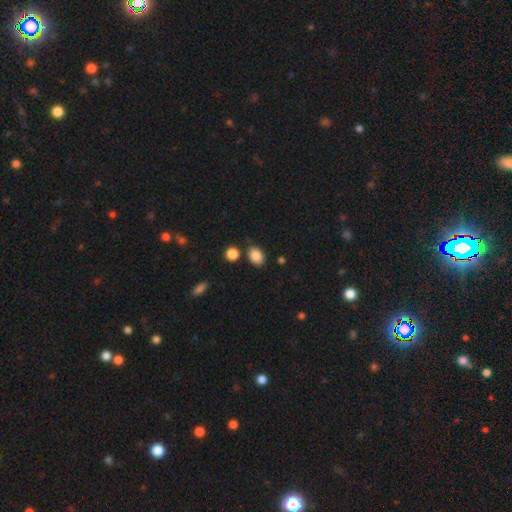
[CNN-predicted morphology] smooth 86%, star or artifact 9%, featured or disk 5%. Down the decision tree: how rounded — in between (79%); merging — none (77%).